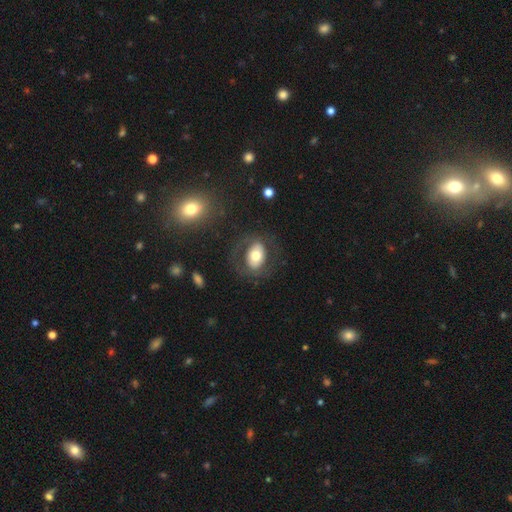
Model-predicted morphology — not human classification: Overall: smooth (57%; featured or disk 35%). How rounded: in between (75%). Merging: none (73%).